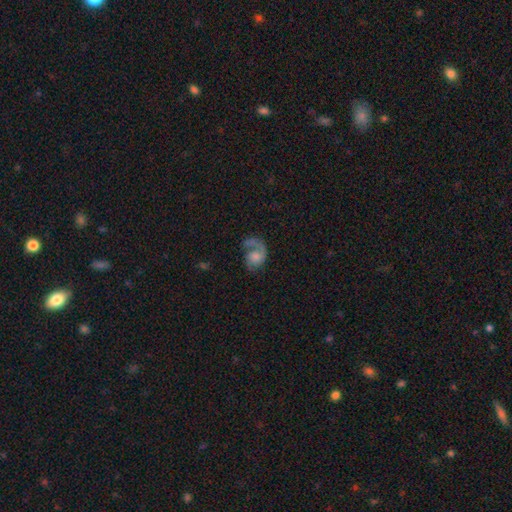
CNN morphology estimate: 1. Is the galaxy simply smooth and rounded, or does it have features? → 66% featured or disk, 26% smooth, 8% star or artifact.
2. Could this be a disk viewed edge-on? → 98% no, 2% yes.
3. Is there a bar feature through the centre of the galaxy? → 74% no, 22% weak, 3% strong.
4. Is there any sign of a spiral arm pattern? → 89% yes, 11% no.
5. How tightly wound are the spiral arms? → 40% loose, 39% medium, 21% tight.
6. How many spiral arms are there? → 73% 1, 20% 2, 4% can't tell, 1% 3, 1% 4, 1% more than 4.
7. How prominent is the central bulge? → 31% moderate, 27% small, 20% none, 18% large, 4% dominant.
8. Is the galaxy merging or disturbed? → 42% none, 35% major disturbance, 18% minor disturbance, 6% merger.